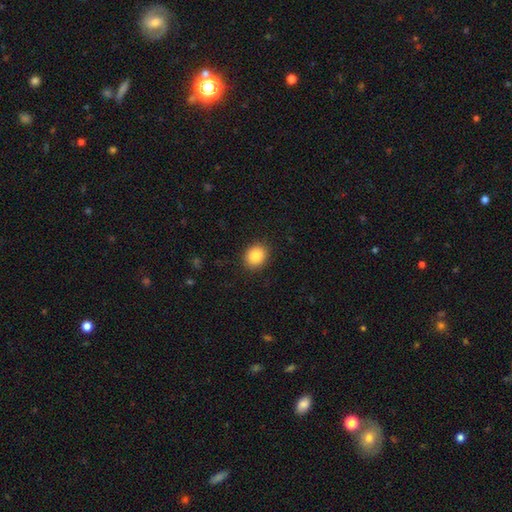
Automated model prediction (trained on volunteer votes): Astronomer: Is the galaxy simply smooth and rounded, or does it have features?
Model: smooth — 87%.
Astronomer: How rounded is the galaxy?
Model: round — 64%.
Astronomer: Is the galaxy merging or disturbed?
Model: none — 89%.